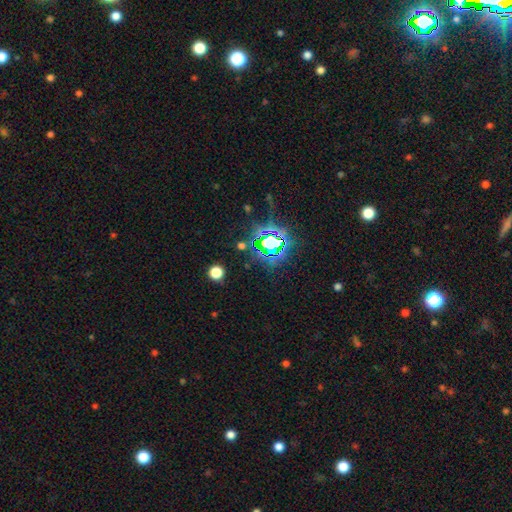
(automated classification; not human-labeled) A star or artifact, not a galaxy (82%).

Vote fractions:
- Smooth or featured? star or artifact: 82% / smooth: 11% / featured or disk: 7%